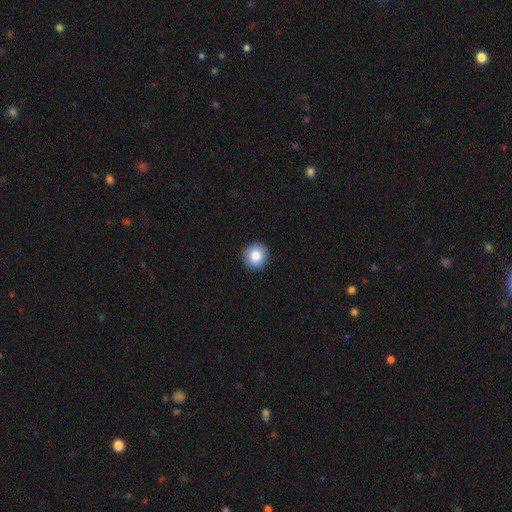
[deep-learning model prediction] Overall: smooth (84%). How rounded: round (93%). Merging: none (91%).